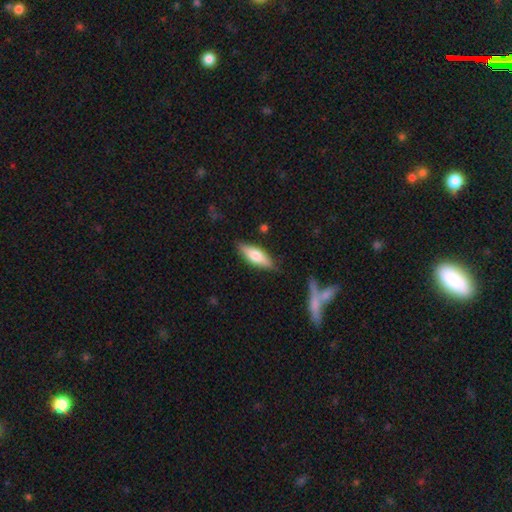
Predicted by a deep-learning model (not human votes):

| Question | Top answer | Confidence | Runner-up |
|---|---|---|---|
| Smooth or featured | smooth | 63% | featured or disk (31%) |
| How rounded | in between | 58% | cigar-shaped (39%) |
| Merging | none | 83% | minor disturbance (12%) |